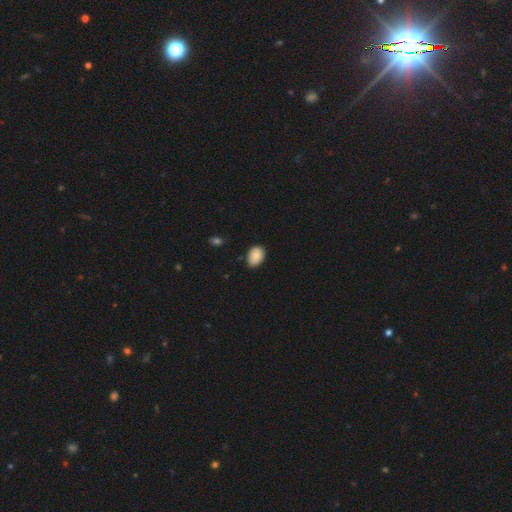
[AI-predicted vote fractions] The model was most divided on "how rounded": in between: 80%, round: 19%, cigar-shaped: 1%. More confident: smooth or featured — smooth (87%); merging — none (79%).